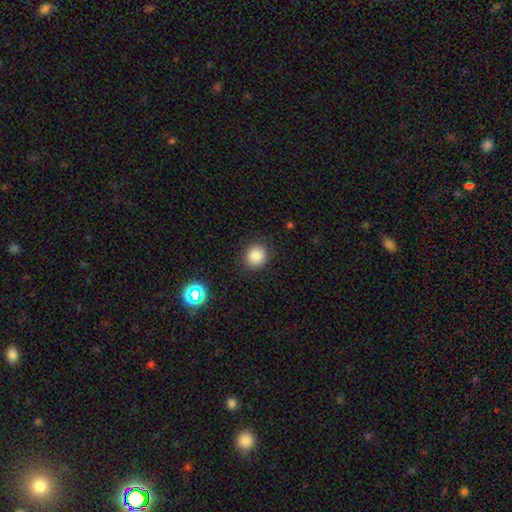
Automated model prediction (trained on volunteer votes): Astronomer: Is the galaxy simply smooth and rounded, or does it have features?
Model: smooth — 85%.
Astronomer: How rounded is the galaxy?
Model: round — 88%.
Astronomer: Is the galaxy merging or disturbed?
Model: none — 89%.